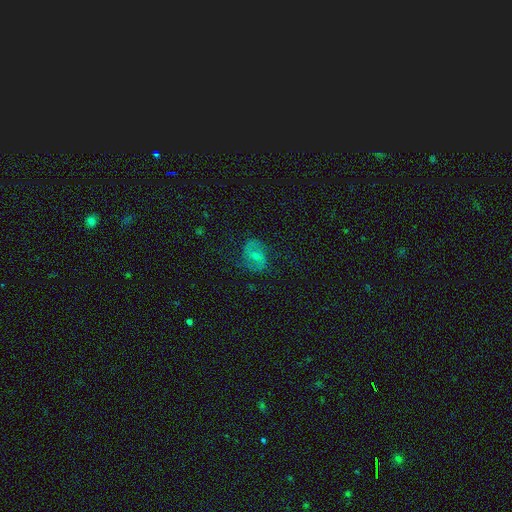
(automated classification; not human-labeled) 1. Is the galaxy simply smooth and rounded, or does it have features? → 64% featured or disk, 26% smooth, 10% star or artifact.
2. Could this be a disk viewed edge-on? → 97% no, 3% yes.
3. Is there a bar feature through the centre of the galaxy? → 46% weak, 37% no, 16% strong.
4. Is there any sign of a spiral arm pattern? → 87% yes, 13% no.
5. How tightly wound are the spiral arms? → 47% medium, 36% loose, 17% tight.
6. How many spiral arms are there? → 88% 2, 7% can't tell, 2% 1, 1% 3, 1% 4, 1% more than 4.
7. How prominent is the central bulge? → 53% small, 39% moderate, 5% none, 2% large, 1% dominant.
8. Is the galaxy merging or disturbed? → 72% none, 18% minor disturbance, 9% major disturbance, 1% merger.